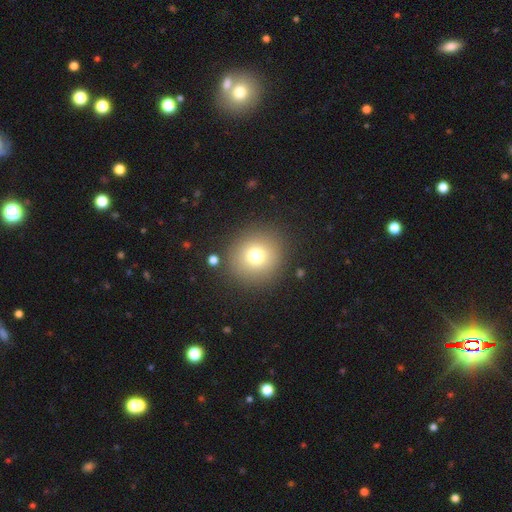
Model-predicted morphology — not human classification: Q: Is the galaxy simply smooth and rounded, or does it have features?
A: smooth — 74%.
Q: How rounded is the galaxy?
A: round — 91%.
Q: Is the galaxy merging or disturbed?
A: none — 87%.